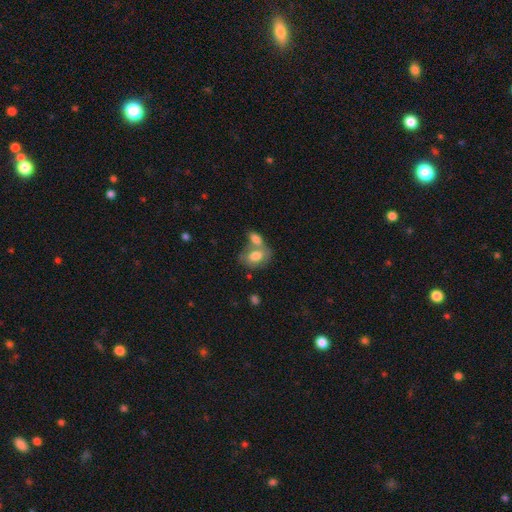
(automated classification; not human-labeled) This appears to be a smooth galaxy with no disk features (75%) that is in between round and cigar-shaped (82%). Merging: merger (53%).